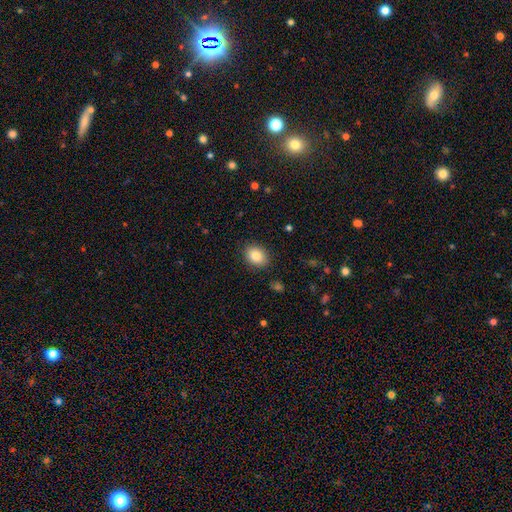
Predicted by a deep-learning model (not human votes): Smooth or featured?
  - smooth: 85% *
  - star or artifact: 9%
  - featured or disk: 7%
How rounded?
  - in between: 62% *
  - round: 37%
  - cigar-shaped: 1%
Merging?
  - none: 88% *
  - minor disturbance: 9%
  - major disturbance: 2%
  - merger: 1%